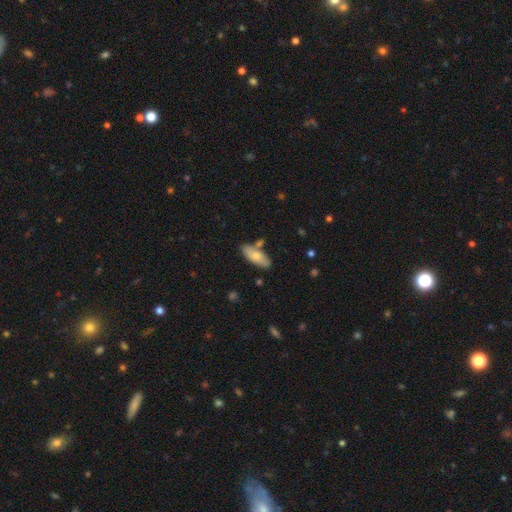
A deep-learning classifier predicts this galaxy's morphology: Q: Smooth or featured?
A: smooth (75%); runner-up: featured or disk (19%)
Q: How rounded?
A: in between (77%); runner-up: cigar-shaped (21%)
Q: Merging?
A: none (73%); runner-up: minor disturbance (15%)